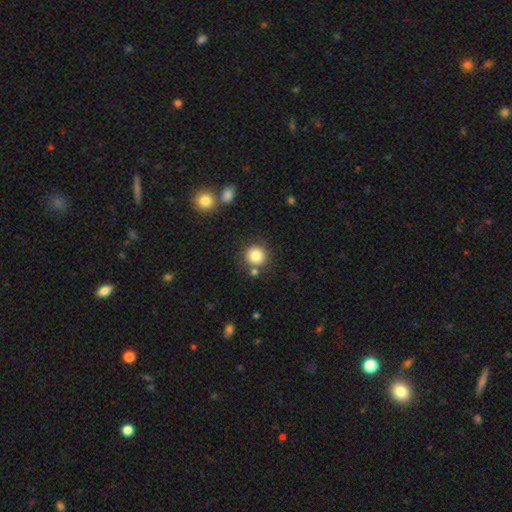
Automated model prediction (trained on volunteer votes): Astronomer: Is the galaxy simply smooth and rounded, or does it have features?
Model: smooth — 83%.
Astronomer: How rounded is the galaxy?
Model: round — 93%.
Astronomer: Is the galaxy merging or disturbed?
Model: none — 80%.